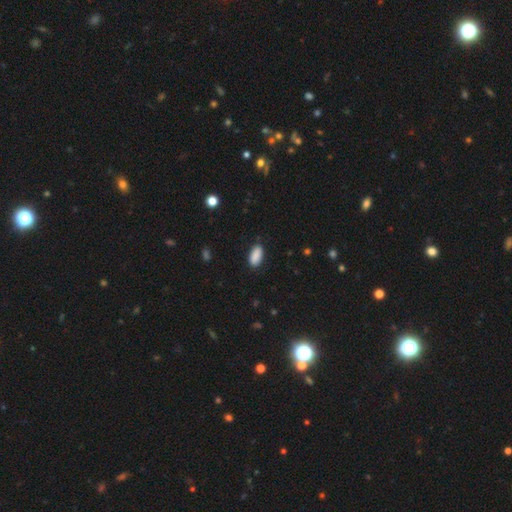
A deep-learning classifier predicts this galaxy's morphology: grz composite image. It shows a smooth galaxy with no disk features (90%) that is in between round and cigar-shaped (92%). Merging: none (86%).